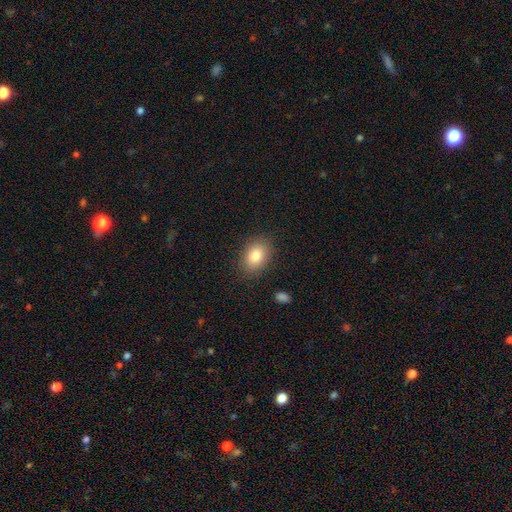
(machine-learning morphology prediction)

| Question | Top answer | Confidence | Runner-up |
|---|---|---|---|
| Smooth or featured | smooth | 82% | featured or disk (9%) |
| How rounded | in between | 76% | round (23%) |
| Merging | none | 86% | minor disturbance (10%) |